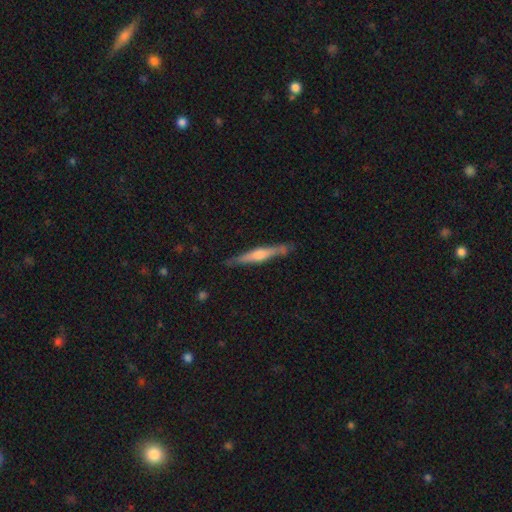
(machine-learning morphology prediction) The model was most divided on "smooth or featured": featured or disk: 72%, smooth: 21%, star or artifact: 6%. More confident: edge-on disk — yes (97%); merging — none (89%); edge-on bulge — rounded (82%).